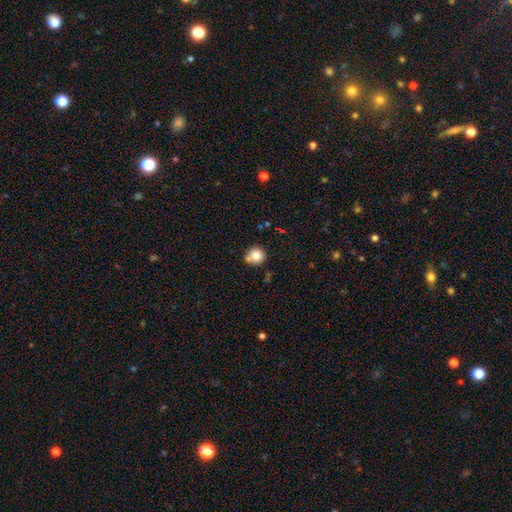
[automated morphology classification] smooth_or_featured: smooth (p=0.82) [alt: star or artifact p=0.10]
how_rounded: round (p=0.92) [alt: in between p=0.07]
merging: none (p=0.65) [alt: merger p=0.18]